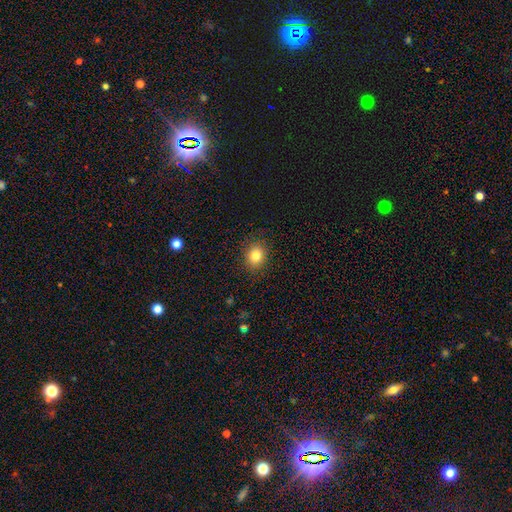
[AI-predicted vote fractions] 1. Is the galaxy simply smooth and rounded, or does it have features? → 82% smooth, 10% star or artifact, 7% featured or disk.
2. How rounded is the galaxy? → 58% round, 41% in between, 1% cigar-shaped.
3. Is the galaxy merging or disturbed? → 88% none, 9% minor disturbance, 3% major disturbance, 1% merger.